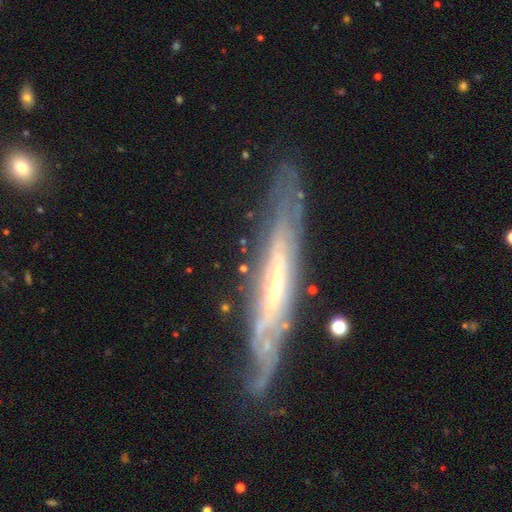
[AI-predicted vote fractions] Q: Smooth or featured?
A: featured or disk (81%); runner-up: smooth (13%)
Q: Edge-on disk?
A: yes (66%); runner-up: no (34%)
Q: Edge-on bulge?
A: none (61%); runner-up: rounded (32%)
Q: Merging?
A: none (74%); runner-up: minor disturbance (18%)